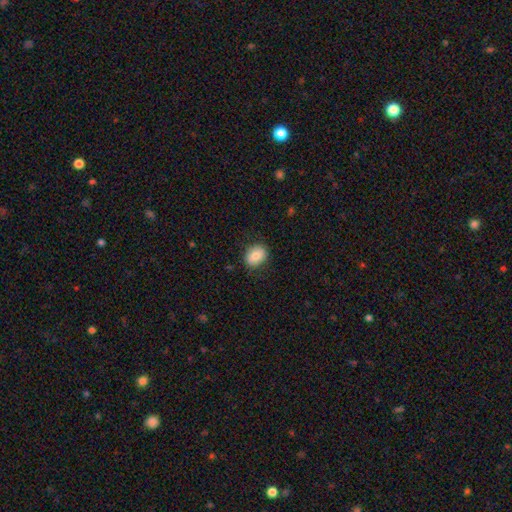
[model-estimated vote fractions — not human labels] smooth 82%, featured or disk 10%, star or artifact 8%. Down the decision tree: how rounded — in between (59%); merging — none (82%).